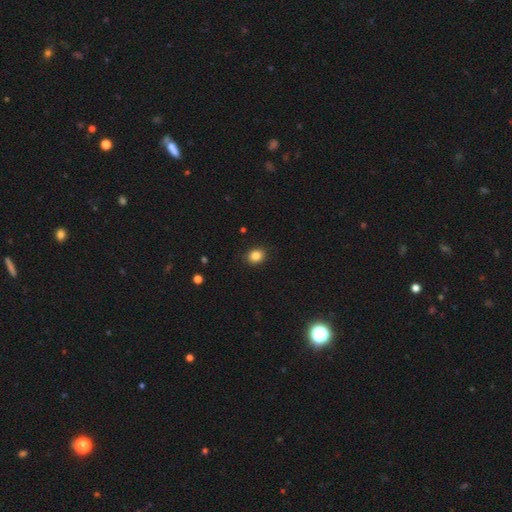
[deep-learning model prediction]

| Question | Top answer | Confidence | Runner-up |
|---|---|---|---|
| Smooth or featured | smooth | 85% | star or artifact (11%) |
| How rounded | round | 66% | in between (33%) |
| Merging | none | 90% | minor disturbance (7%) |